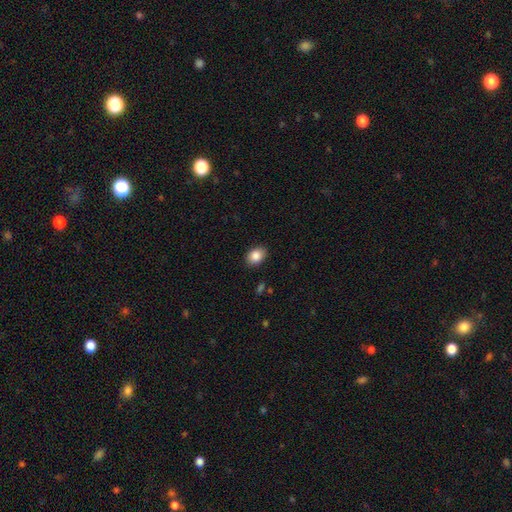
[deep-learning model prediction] Smooth or featured? Predicted: smooth (p=0.87). How rounded? Predicted: in between (p=0.72). Merging? Predicted: none (p=0.88).